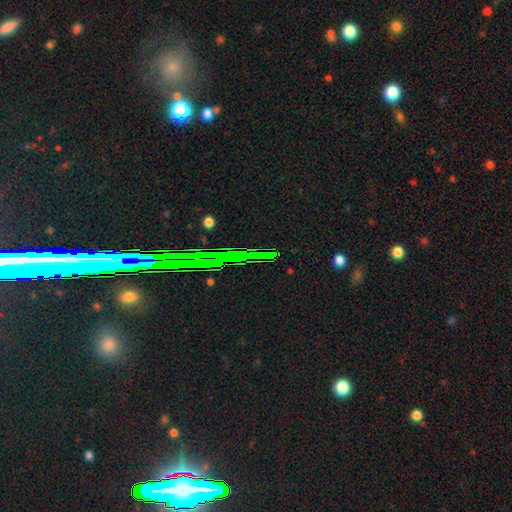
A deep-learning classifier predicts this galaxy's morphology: Smooth or featured: star or artifact — 69% (smooth — 16%)